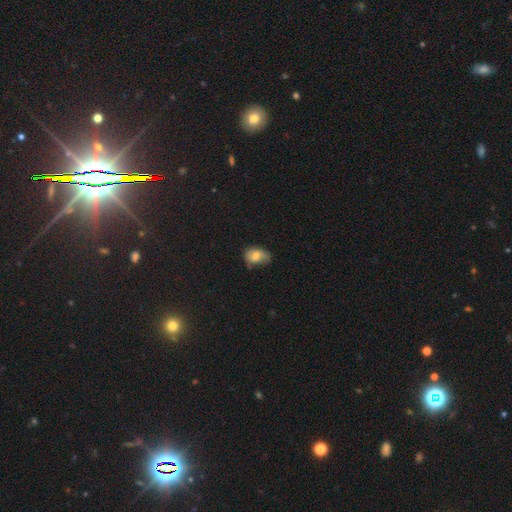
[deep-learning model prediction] smooth_or_featured: smooth (p=0.68) [alt: featured or disk p=0.22]
how_rounded: in between (p=0.78) [alt: round p=0.20]
merging: none (p=0.45) [alt: minor disturbance p=0.40]